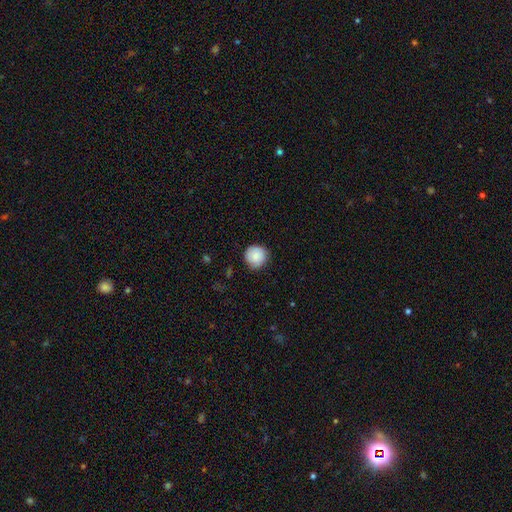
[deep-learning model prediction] smooth 85%, featured or disk 8%, star or artifact 7%. Down the decision tree: how rounded — round (94%); merging — none (81%).